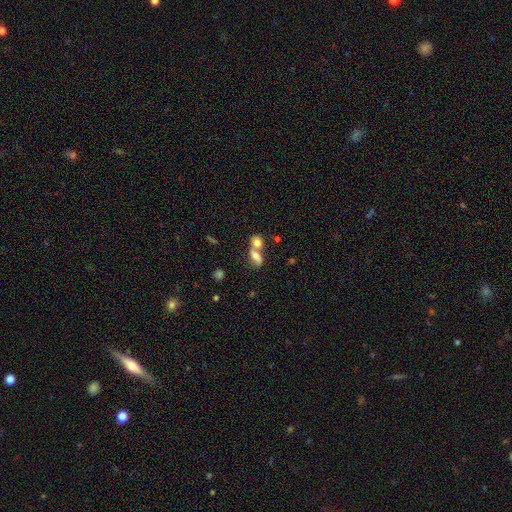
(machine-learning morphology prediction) smooth_or_featured: smooth (p=0.70) [alt: featured or disk p=0.19]
how_rounded: in between (p=0.71) [alt: round p=0.18]
merging: merger (p=0.61) [alt: none p=0.26]